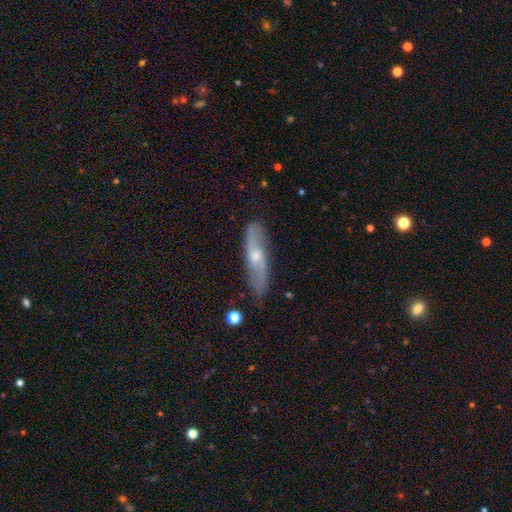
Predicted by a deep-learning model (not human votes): The model was most divided on "edge-on disk": no: 56%, yes: 44%. More confident: merging — none (81%); smooth or featured — featured or disk (65%).